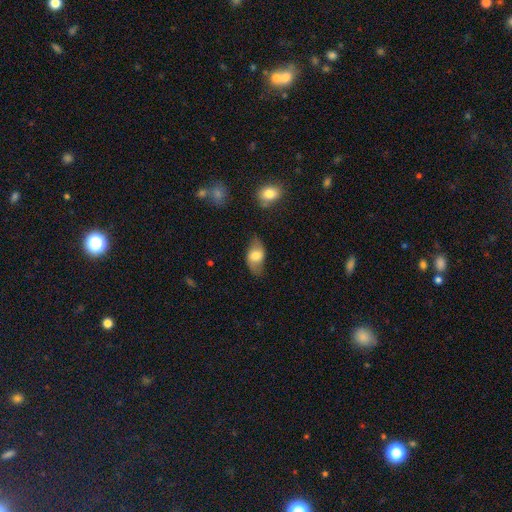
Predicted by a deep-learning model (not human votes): This appears to be a smooth galaxy with no disk features (60%) that is in between round and cigar-shaped (88%). Merging: none (69%).